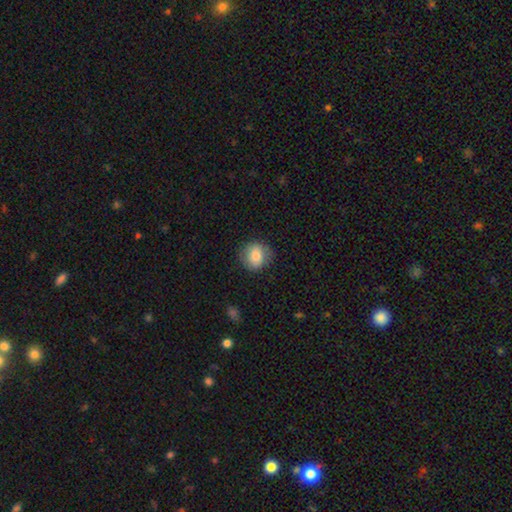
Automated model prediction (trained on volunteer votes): Smooth or featured?
  - smooth: 79% *
  - featured or disk: 13%
  - star or artifact: 8%
How rounded?
  - round: 80% *
  - in between: 19%
  - cigar-shaped: 1%
Merging?
  - none: 81% *
  - minor disturbance: 14%
  - major disturbance: 4%
  - merger: 1%